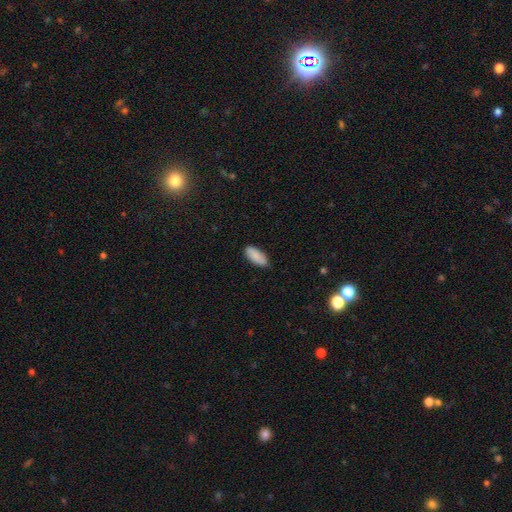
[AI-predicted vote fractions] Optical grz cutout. It shows a smooth galaxy with no disk features (87%) that is in between round and cigar-shaped (85%). Merging: none (84%).